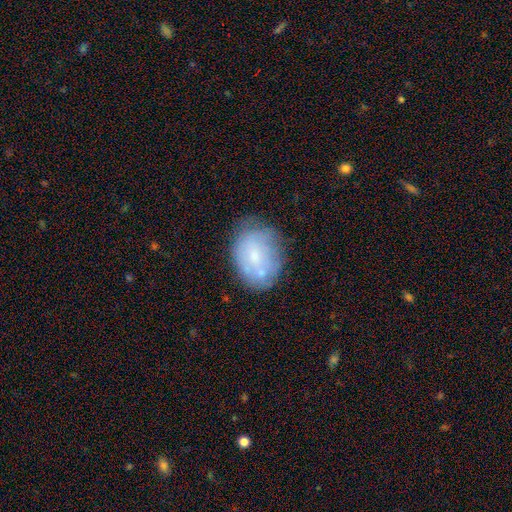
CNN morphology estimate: smooth-or-featured: smooth: 57% | featured or disk: 34% | star or artifact: 9%
  how-rounded: in between: 64% | round: 35% | cigar-shaped: 1%
  merging: none: 59% | minor disturbance: 26% | major disturbance: 8% | merger: 7%